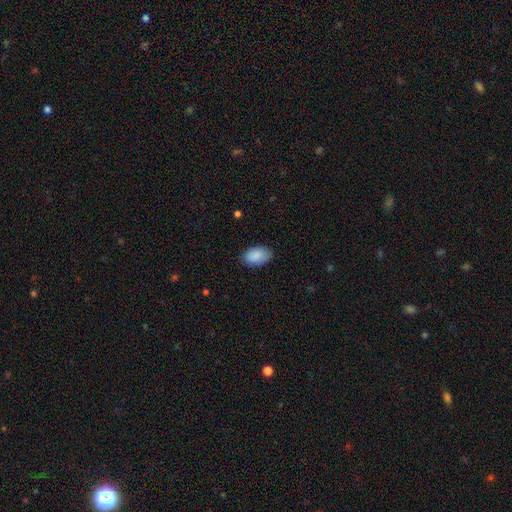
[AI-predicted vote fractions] Smooth or featured: smooth — 89% (star or artifact — 6%)
How rounded: in between — 93% (round — 6%)
Merging: none — 82% (minor disturbance — 14%)